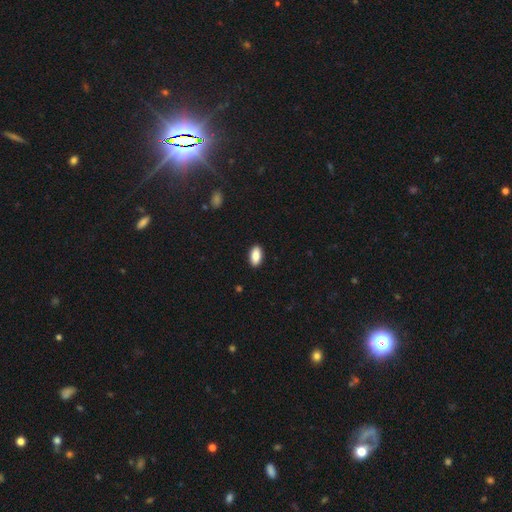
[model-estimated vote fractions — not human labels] smooth-or-featured: smooth: 88% | star or artifact: 7% | featured or disk: 6%
  how-rounded: in between: 91% | cigar-shaped: 6% | round: 3%
  merging: none: 90% | minor disturbance: 7% | major disturbance: 2% | merger: 1%